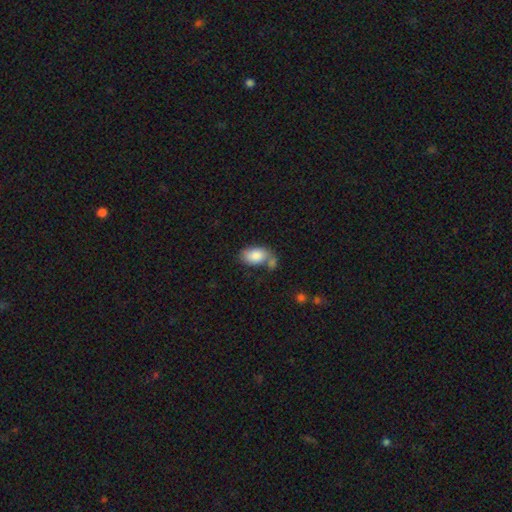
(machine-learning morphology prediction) Smooth or featured?
  - smooth: 84% *
  - featured or disk: 9%
  - star or artifact: 7%
How rounded?
  - in between: 91% *
  - round: 8%
  - cigar-shaped: 1%
Merging?
  - none: 45% *
  - merger: 30%
  - minor disturbance: 18%
  - major disturbance: 7%